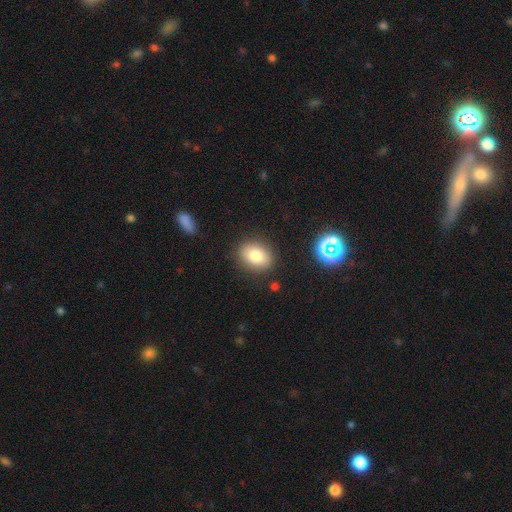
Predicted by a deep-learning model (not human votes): This appears to be a smooth galaxy with no disk features (80%) that is in between round and cigar-shaped (62%). Merging: none (86%).